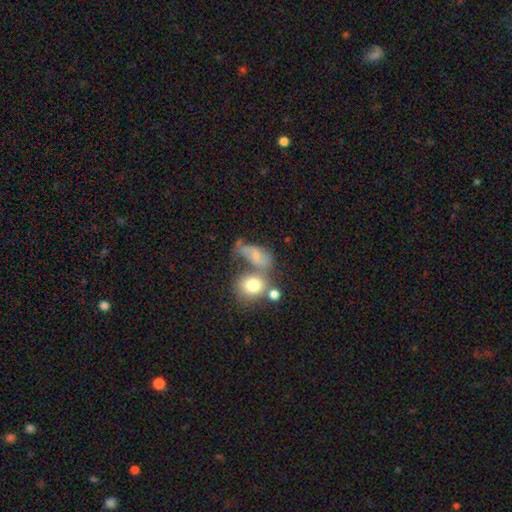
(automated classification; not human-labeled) A smooth galaxy with no disk features (52%) that is in between round and cigar-shaped (64%).

Vote fractions:
- Smooth or featured? smooth: 52% / featured or disk: 36% / star or artifact: 12%
- How rounded? in between: 64% / round: 31% / cigar-shaped: 4%
- Merging? merger: 36% / none: 30% / minor disturbance: 18% / major disturbance: 16%